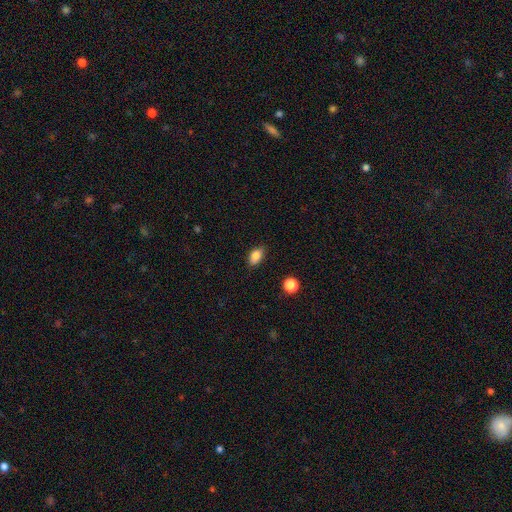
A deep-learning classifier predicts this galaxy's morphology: A smooth galaxy with no disk features (84%) that is in between round and cigar-shaped (89%).

Vote fractions:
- Smooth or featured? smooth: 84% / star or artifact: 9% / featured or disk: 7%
- How rounded? in between: 89% / round: 8% / cigar-shaped: 3%
- Merging? none: 82% / minor disturbance: 14% / major disturbance: 3% / merger: 1%